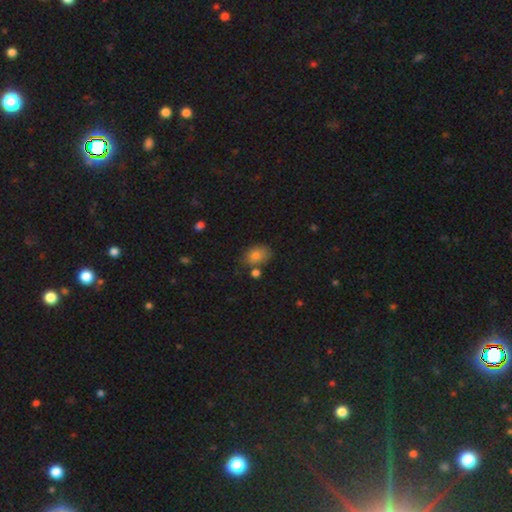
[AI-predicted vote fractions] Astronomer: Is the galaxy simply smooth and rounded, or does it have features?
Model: smooth — 82%.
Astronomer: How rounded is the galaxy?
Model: in between — 77%.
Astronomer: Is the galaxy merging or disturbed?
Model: none — 60%.